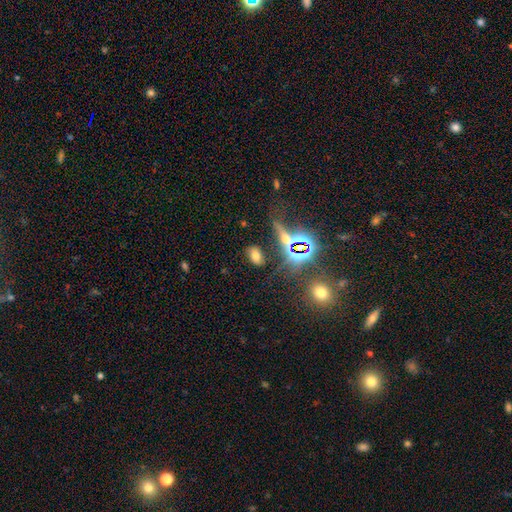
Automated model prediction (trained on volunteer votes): This appears to be a smooth galaxy with no disk features (58%) that is in between round and cigar-shaped (86%). Merging: none (80%).